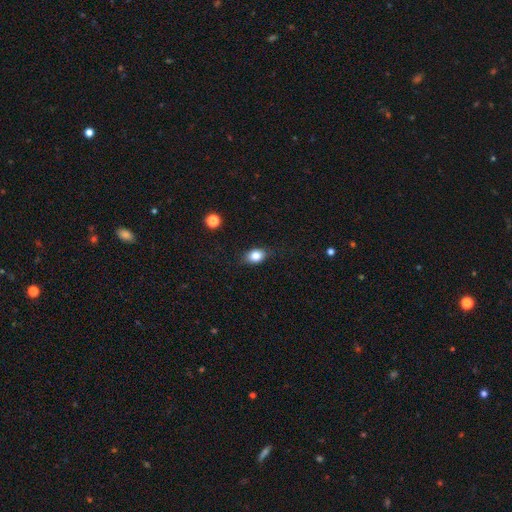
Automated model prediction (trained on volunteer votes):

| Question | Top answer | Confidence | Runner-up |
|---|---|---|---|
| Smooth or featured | smooth | 82% | star or artifact (10%) |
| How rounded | in between | 68% | round (30%) |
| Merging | none | 80% | minor disturbance (15%) |